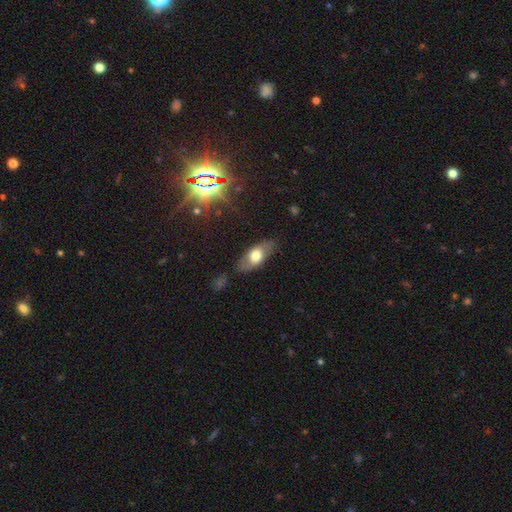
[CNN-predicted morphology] type=smooth (59%); roundness=in between (82%); merging=none (80%).